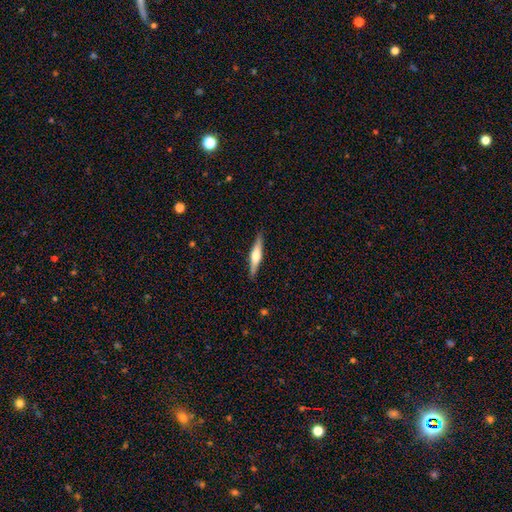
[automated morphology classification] This is likely a featured or disk galaxy (62%). It is clearly viewed edge-on (97%). Edge-on bulge: clearly rounded (87%). Merging: clearly none (90%).